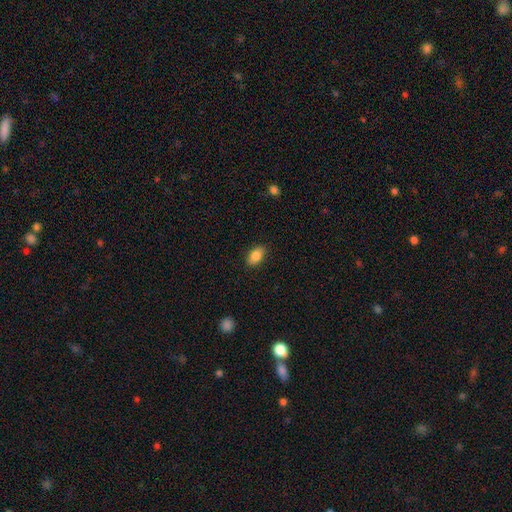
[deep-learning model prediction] Smooth or featured? Predicted: smooth (p=0.87). How rounded? Predicted: in between (p=0.90). Merging? Predicted: none (p=0.87).